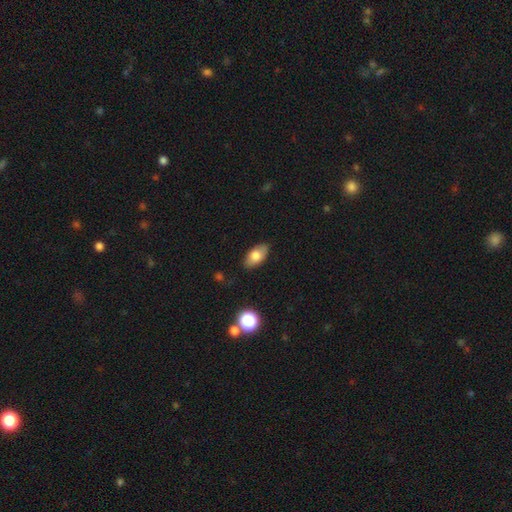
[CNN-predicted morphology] Smooth or featured? smooth (76%)
How rounded? in between (92%)
Merging? none (83%)